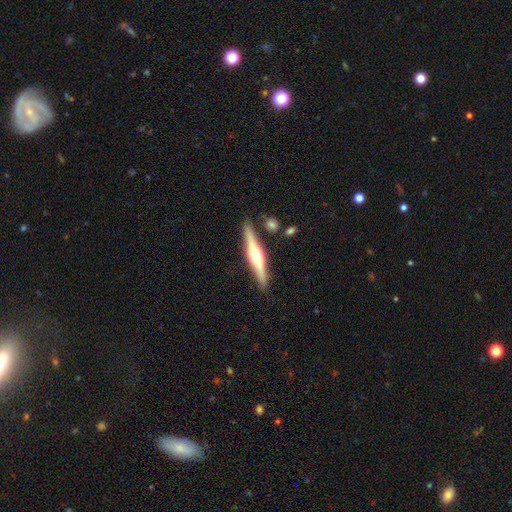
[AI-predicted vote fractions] This is likely a featured or disk galaxy (68%). It is clearly viewed edge-on (97%). Edge-on bulge: clearly rounded (92%). Merging: clearly none (86%).